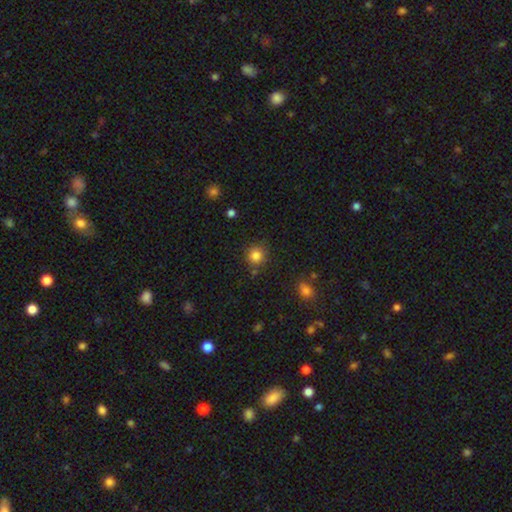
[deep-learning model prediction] This is clearly a smooth galaxy (84%). How rounded: clearly round (90%). Merging: clearly none (81%).